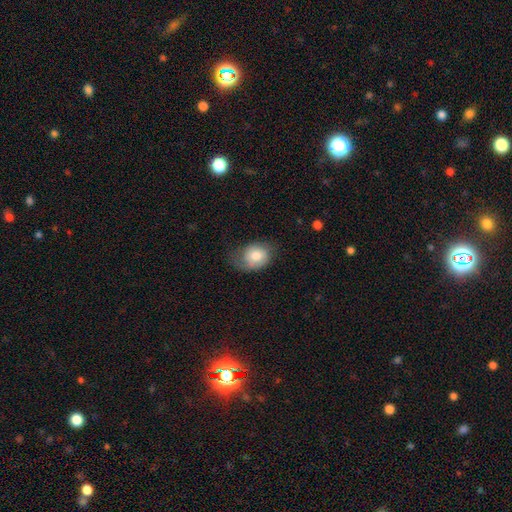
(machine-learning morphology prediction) Smooth or featured: smooth — 65% (featured or disk — 27%)
How rounded: in between — 60% (round — 39%)
Merging: none — 48% (minor disturbance — 33%)